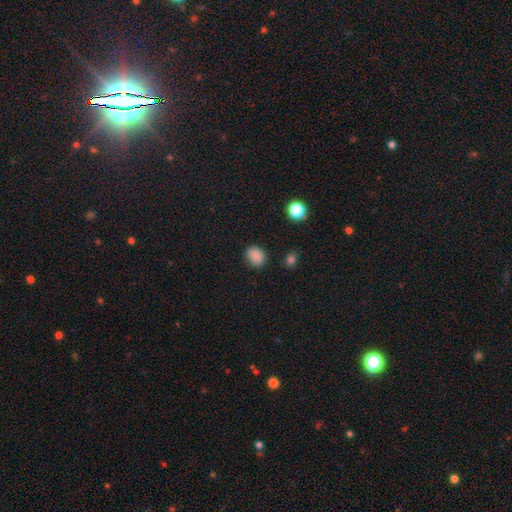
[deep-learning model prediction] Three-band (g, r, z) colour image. It shows a smooth galaxy with no disk features (86%) that is round (62%). Merging: none (82%).